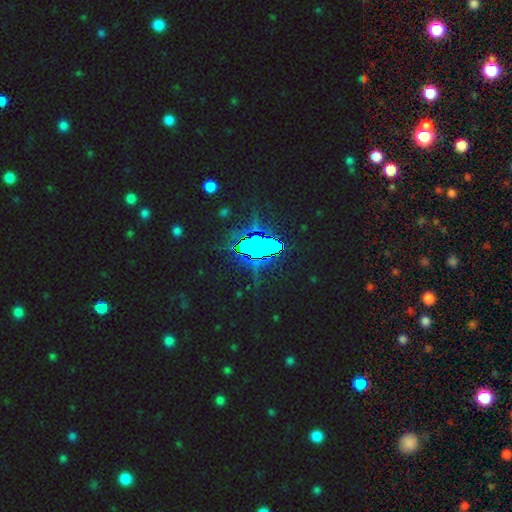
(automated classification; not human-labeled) Smooth or featured: star or artifact — 75% (smooth — 14%)